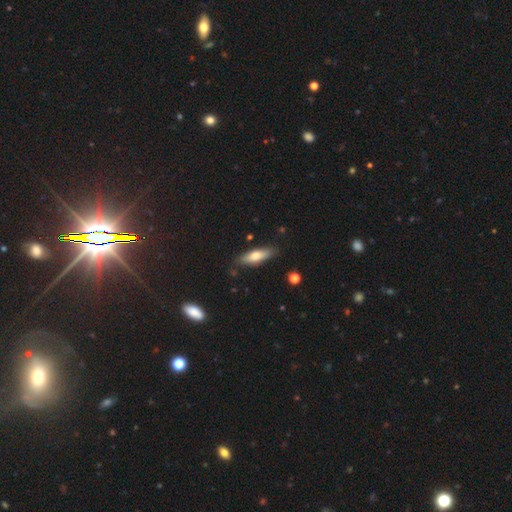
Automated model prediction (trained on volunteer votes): The model was most divided on "how rounded": cigar-shaped: 50%, in between: 48%, round: 2%. More confident: merging — none (83%); smooth or featured — smooth (68%).